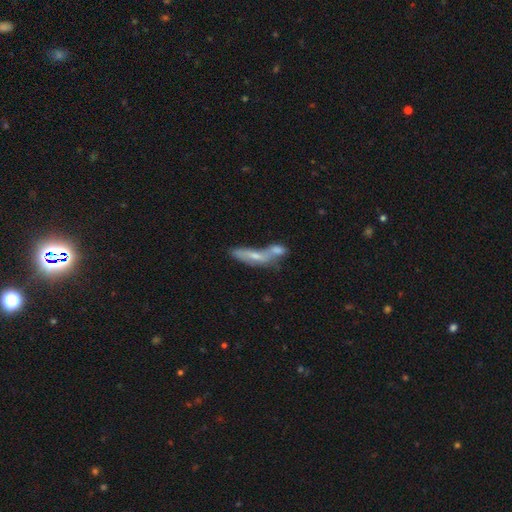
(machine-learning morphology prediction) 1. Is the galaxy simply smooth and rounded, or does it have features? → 47% smooth, 44% featured or disk, 10% star or artifact.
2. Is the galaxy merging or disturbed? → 61% merger, 21% none, 10% minor disturbance, 8% major disturbance.